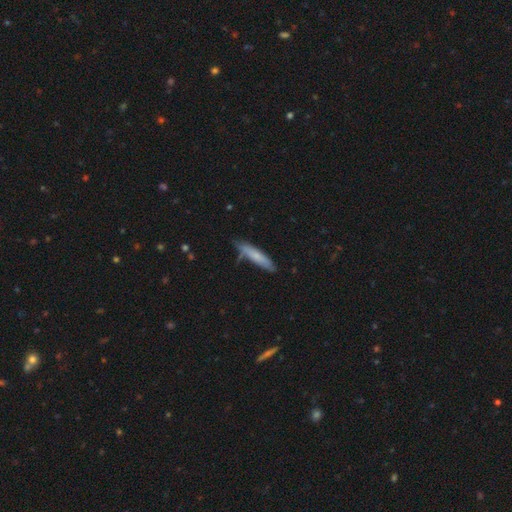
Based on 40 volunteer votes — Q: Smooth or featured?
A: smooth (55%); runner-up: featured or disk (35%)
Q: How rounded?
A: cigar-shaped (95%); runner-up: in between (5%)
Q: Merging?
A: none (81%); runner-up: minor disturbance (11%)